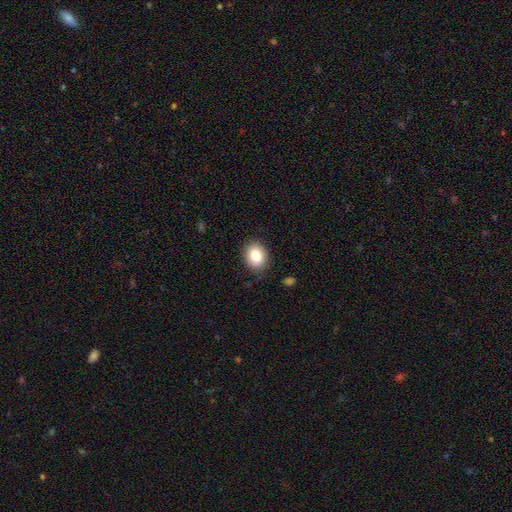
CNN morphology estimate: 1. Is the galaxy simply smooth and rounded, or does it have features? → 82% smooth, 9% star or artifact, 9% featured or disk.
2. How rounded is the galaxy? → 50% round, 49% in between, 1% cigar-shaped.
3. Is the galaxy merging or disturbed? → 86% none, 11% minor disturbance, 3% major disturbance, 1% merger.